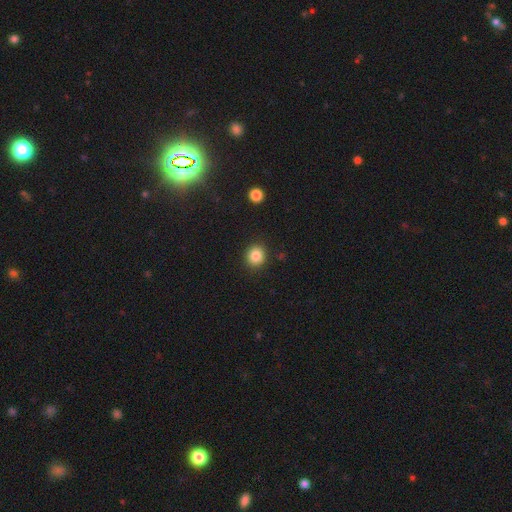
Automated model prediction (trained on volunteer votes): A smooth galaxy with no disk features (86%) that is round (81%). Merging: none (89%).